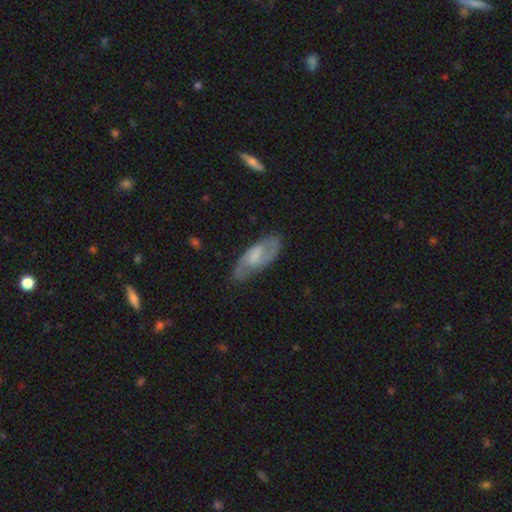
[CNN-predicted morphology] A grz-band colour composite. It shows a featured or disk galaxy (71%) with a weak bar (50%), 2 (83%) medium (52%) spiral arms (87%) and a moderate central bulge (33%). Merging: none (78%).